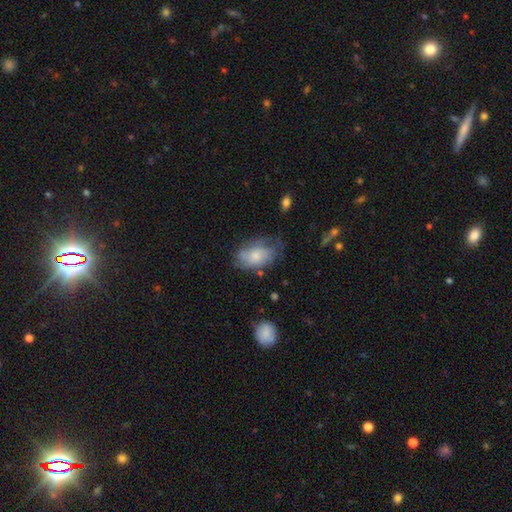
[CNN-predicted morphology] smooth_or_featured: smooth (p=0.59) [alt: featured or disk p=0.34]
how_rounded: in between (p=0.89) [alt: round p=0.10]
merging: none (p=0.49) [alt: minor disturbance p=0.32]